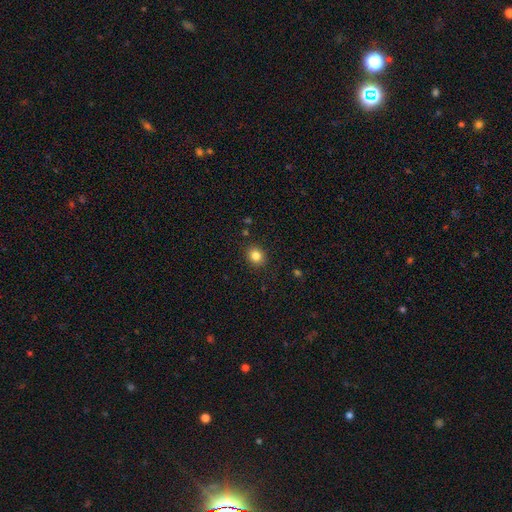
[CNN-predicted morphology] Q: Smooth or featured?
A: smooth (83%); runner-up: star or artifact (11%)
Q: How rounded?
A: round (73%); runner-up: in between (27%)
Q: Merging?
A: none (90%); runner-up: minor disturbance (7%)